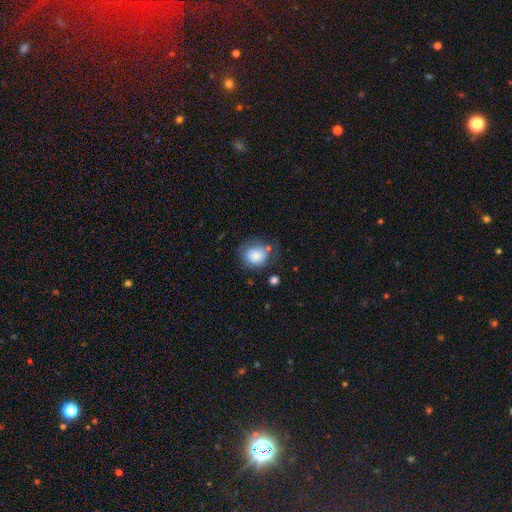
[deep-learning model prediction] A smooth galaxy with no disk features (82%) that is round (74%). Merging: none (56%).